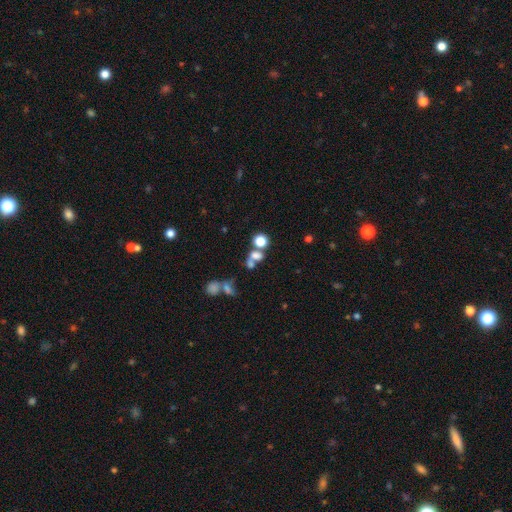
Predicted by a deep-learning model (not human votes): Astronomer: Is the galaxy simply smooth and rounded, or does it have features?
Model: smooth — 65%.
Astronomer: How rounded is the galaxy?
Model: round — 57% (runner-up: in between, 40%).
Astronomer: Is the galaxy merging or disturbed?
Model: merger — 46% (runner-up: none, 37%).